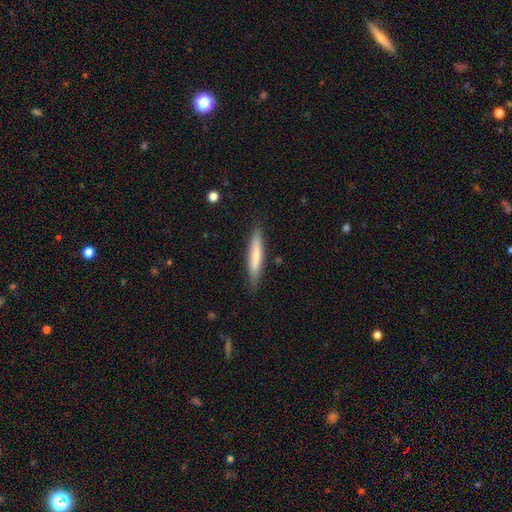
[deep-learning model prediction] A smooth galaxy with no disk features (71%) that is cigar-shaped (92%). Merging: none (87%).